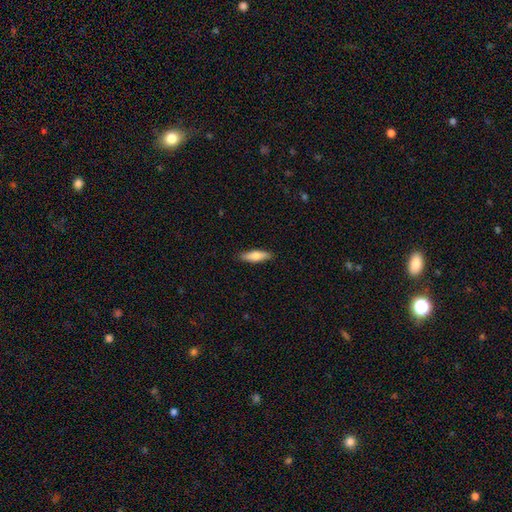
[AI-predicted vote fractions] smooth_or_featured: smooth (p=0.74) [alt: featured or disk p=0.20]
how_rounded: cigar-shaped (p=0.60) [alt: in between p=0.38]
merging: none (p=0.88) [alt: minor disturbance p=0.09]